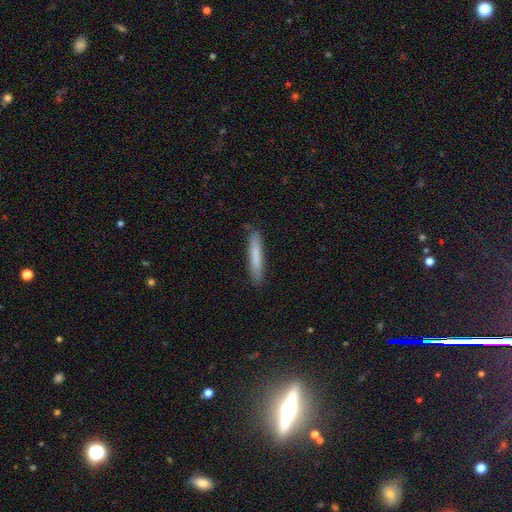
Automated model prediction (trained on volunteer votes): The model was most divided on "smooth or featured": smooth: 76%, featured or disk: 18%, star or artifact: 6%. More confident: how rounded — cigar-shaped (94%); merging — none (86%).